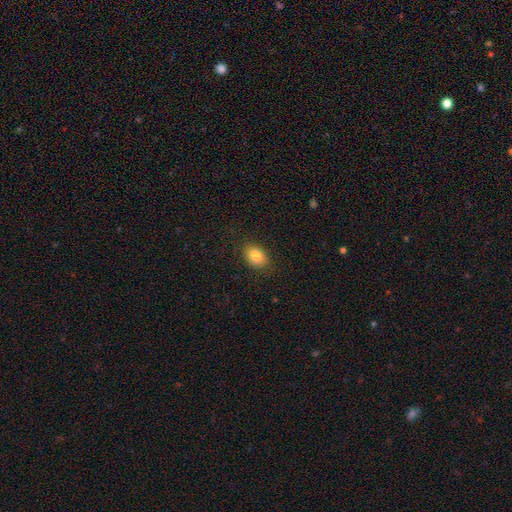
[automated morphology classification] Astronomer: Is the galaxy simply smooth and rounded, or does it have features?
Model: smooth — 83%.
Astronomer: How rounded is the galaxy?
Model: in between — 74%.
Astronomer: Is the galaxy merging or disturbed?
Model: none — 86%.